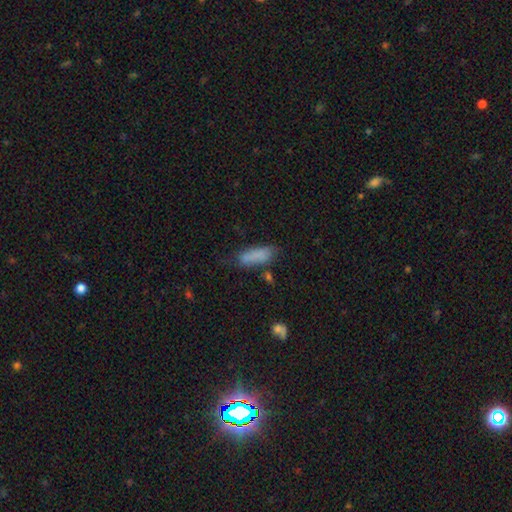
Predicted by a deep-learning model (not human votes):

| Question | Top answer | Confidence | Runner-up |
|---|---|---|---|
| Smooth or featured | smooth | 80% | featured or disk (11%) |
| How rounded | in between | 52% | cigar-shaped (45%) |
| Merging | none | 58% | minor disturbance (27%) |